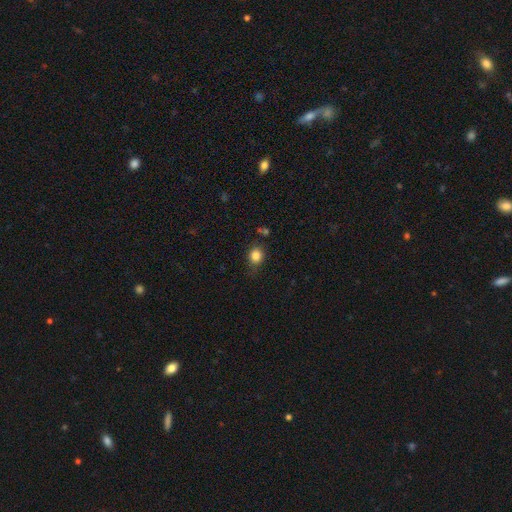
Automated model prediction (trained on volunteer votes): A smooth galaxy with no disk features (84%) that is round (70%).

Vote fractions:
- Smooth or featured? smooth: 84% / star or artifact: 11% / featured or disk: 5%
- How rounded? round: 70% / in between: 29% / cigar-shaped: 1%
- Merging? none: 77% / minor disturbance: 16% / major disturbance: 4% / merger: 3%